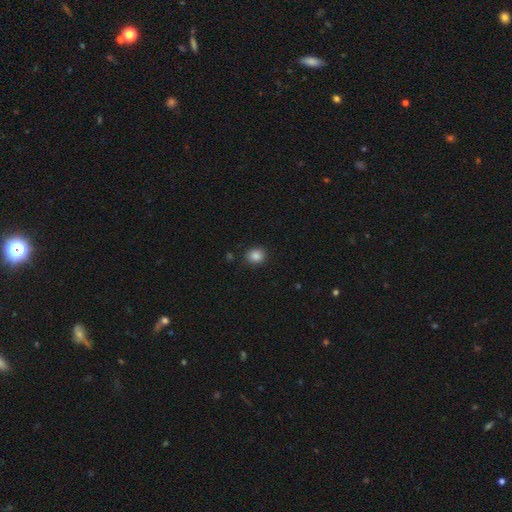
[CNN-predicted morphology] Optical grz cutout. It shows a smooth galaxy with no disk features (86%) that is round (72%). Merging: none (88%).